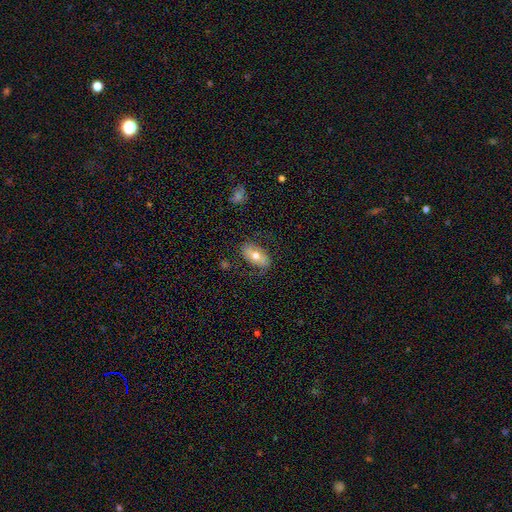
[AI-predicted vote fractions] Overall: smooth (59%; featured or disk 35%). How rounded: in between (89%). Merging: none (75%).